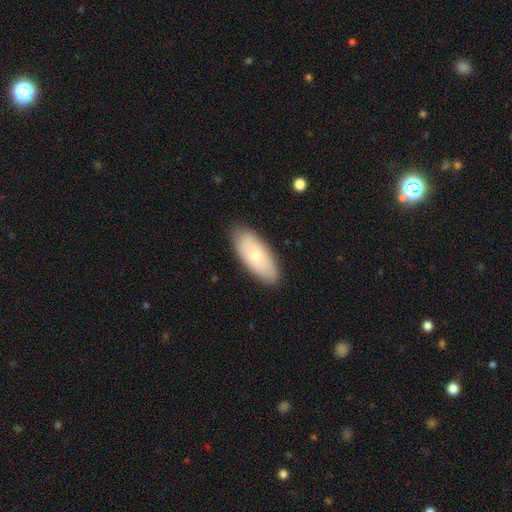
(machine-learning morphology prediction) smooth-or-featured: smooth: 68% | featured or disk: 26% | star or artifact: 6%
  how-rounded: in between: 84% | cigar-shaped: 14% | round: 2%
  merging: none: 85% | minor disturbance: 11% | major disturbance: 2% | merger: 1%